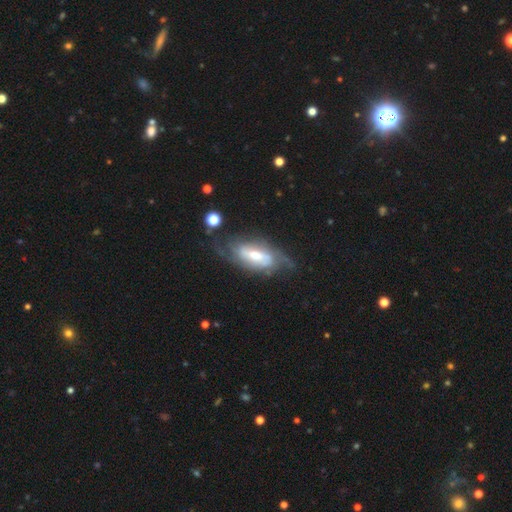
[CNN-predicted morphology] Overall: featured or disk (73%). Edge-on disk: no (87%). Bar: weak (41%; no 31%). Spiral arms: yes (86%). Spiral arm count: 2 (55%; can't tell 29%). Spiral winding: medium (40%; tight 34%). Bulge size: moderate (53%; small 28%). Merging: none (53%; minor disturbance 25%).